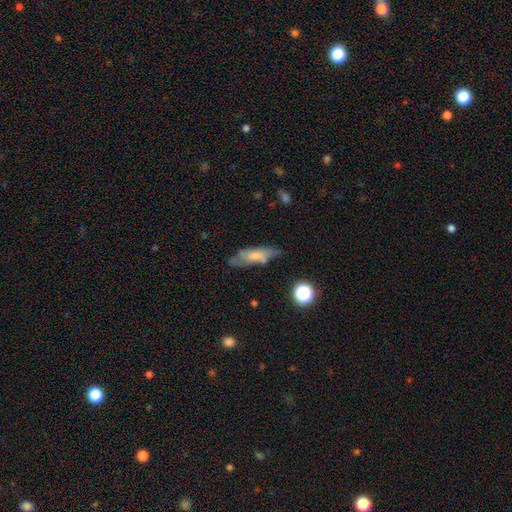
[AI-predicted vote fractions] A smooth galaxy with no disk features (60%) that is in between round and cigar-shaped (53%).

Vote fractions:
- Smooth or featured? smooth: 60% / featured or disk: 31% / star or artifact: 9%
- How rounded? in between: 53% / cigar-shaped: 44% / round: 3%
- Merging? none: 57% / minor disturbance: 28% / major disturbance: 12% / merger: 4%